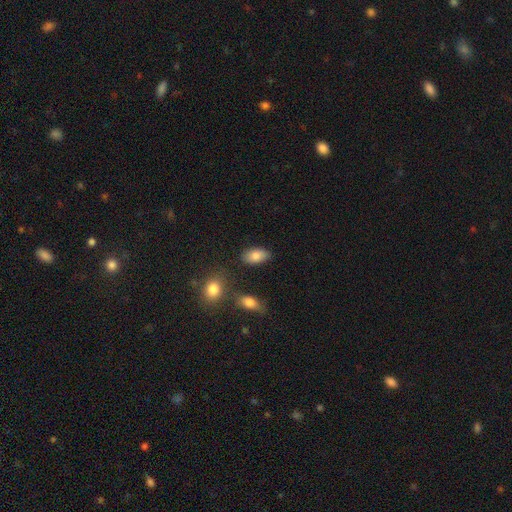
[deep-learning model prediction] Overall: smooth (83%). How rounded: in between (92%). Merging: none (81%).